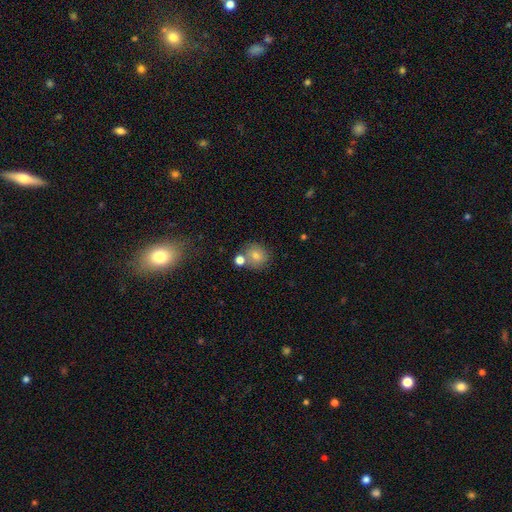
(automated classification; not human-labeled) Smooth or featured? smooth (77%)
How rounded? round (78%)
Merging? none (63%)